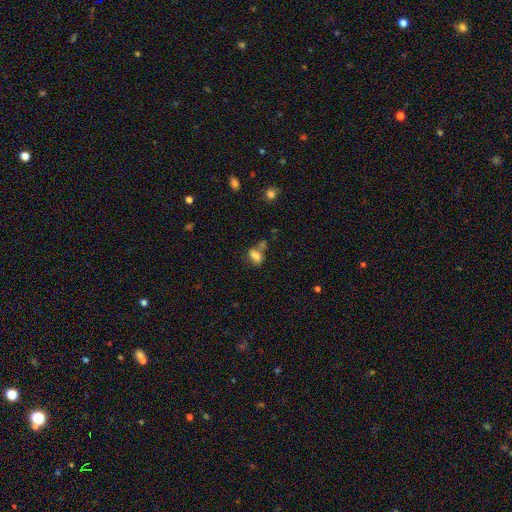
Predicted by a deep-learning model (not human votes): Smooth or featured: smooth — 74% (star or artifact — 13%)
How rounded: in between — 81% (round — 15%)
Merging: none — 40% (merger — 30%)